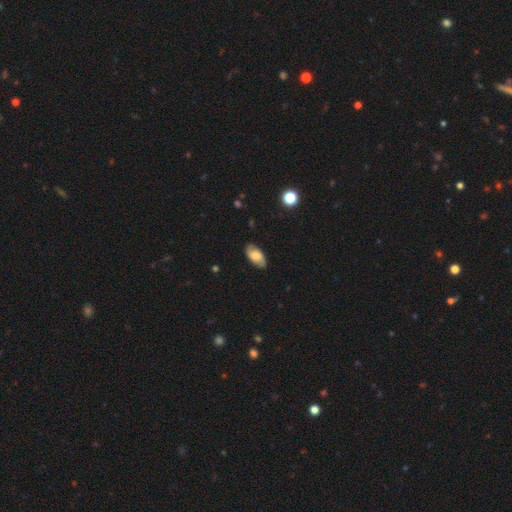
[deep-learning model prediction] Smooth or featured: smooth — 59% (featured or disk — 33%)
How rounded: in between — 93% (round — 4%)
Merging: none — 83% (minor disturbance — 13%)